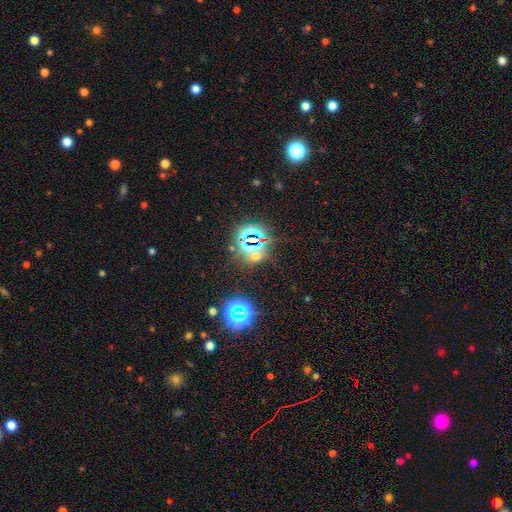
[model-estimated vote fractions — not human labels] A star or artifact, not a galaxy (69%).

Vote fractions:
- Smooth or featured? star or artifact: 69% / smooth: 22% / featured or disk: 9%